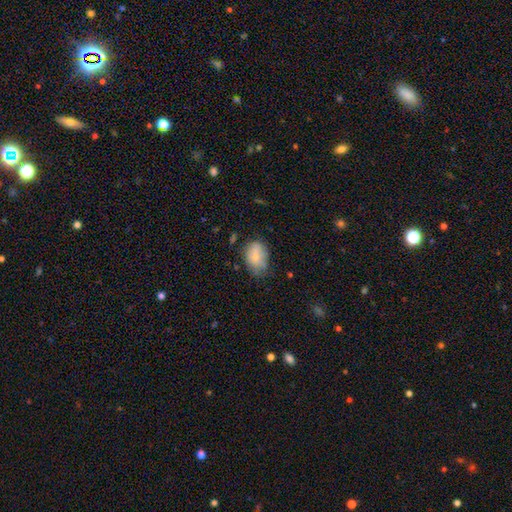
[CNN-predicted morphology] Smooth or featured?
  - smooth: 76% *
  - featured or disk: 16%
  - star or artifact: 8%
How rounded?
  - in between: 79% *
  - round: 20%
  - cigar-shaped: 1%
Merging?
  - none: 50% *
  - minor disturbance: 35%
  - major disturbance: 11%
  - merger: 4%